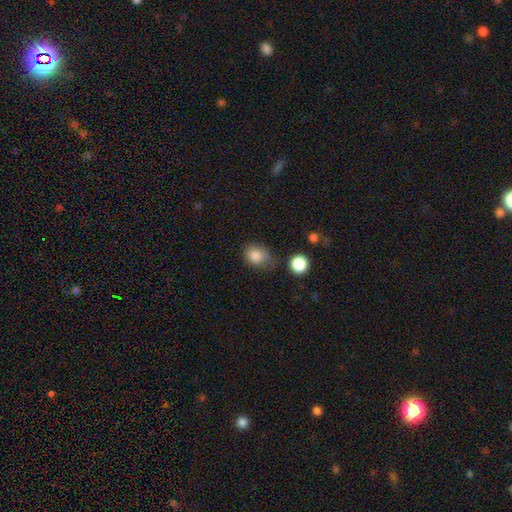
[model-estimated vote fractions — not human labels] A smooth galaxy with no disk features (84%) that is round (56%). Merging: none (54%).